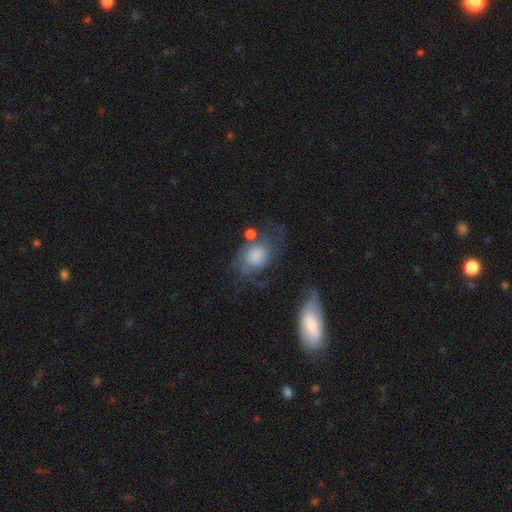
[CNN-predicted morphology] Overall: featured or disk (53%; smooth 38%). Edge-on disk: no (97%). Bar: no (79%). Spiral arms: yes (82%). Bulge size: large (38%; none 20%). Merging: none (42%; major disturbance 26%).